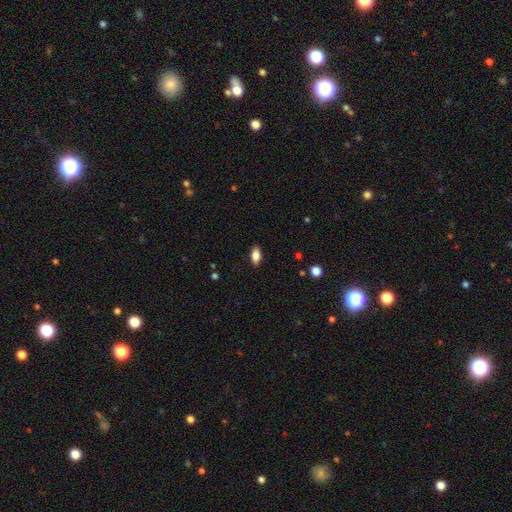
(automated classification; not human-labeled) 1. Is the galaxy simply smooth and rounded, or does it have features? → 83% smooth, 10% featured or disk, 8% star or artifact.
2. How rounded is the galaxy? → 89% in between, 6% cigar-shaped, 5% round.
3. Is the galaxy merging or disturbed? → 88% none, 9% minor disturbance, 2% major disturbance, 1% merger.